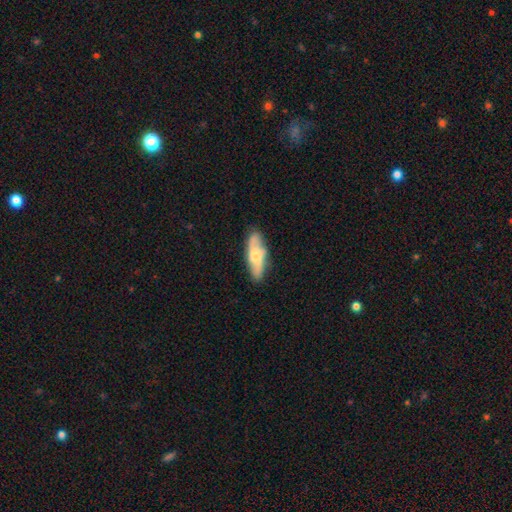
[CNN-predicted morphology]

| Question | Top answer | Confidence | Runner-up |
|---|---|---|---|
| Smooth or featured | featured or disk | 49% | smooth (45%) |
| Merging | none | 80% | minor disturbance (15%) |